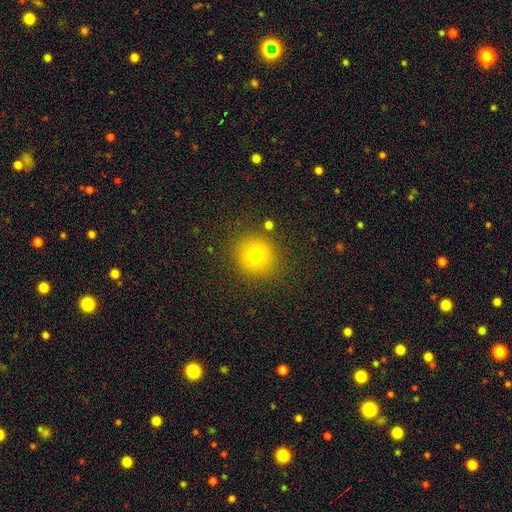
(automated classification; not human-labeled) Smooth or featured: smooth — 77% (star or artifact — 13%)
How rounded: round — 86% (in between — 13%)
Merging: none — 84% (minor disturbance — 9%)